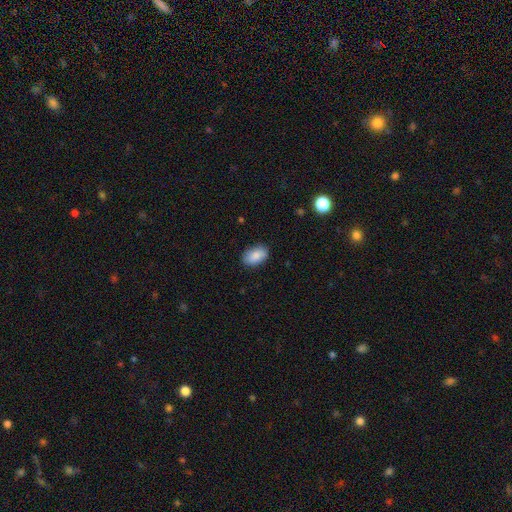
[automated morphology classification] type=smooth (86%); roundness=in between (90%); merging=none (86%).